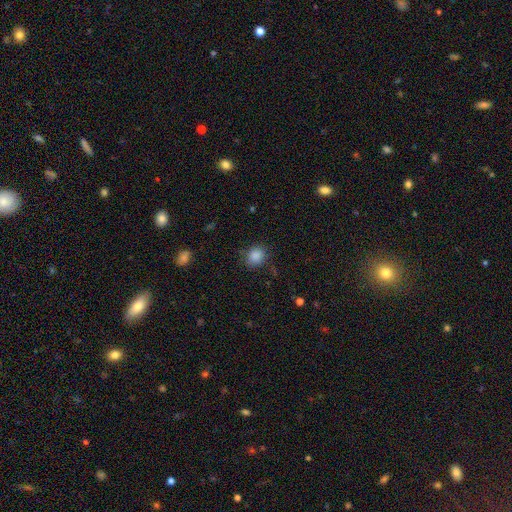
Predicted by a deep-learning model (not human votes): smooth-or-featured: smooth: 86% | star or artifact: 10% | featured or disk: 4%
  how-rounded: round: 71% | in between: 28% | cigar-shaped: 1%
  merging: none: 81% | minor disturbance: 13% | major disturbance: 4% | merger: 2%